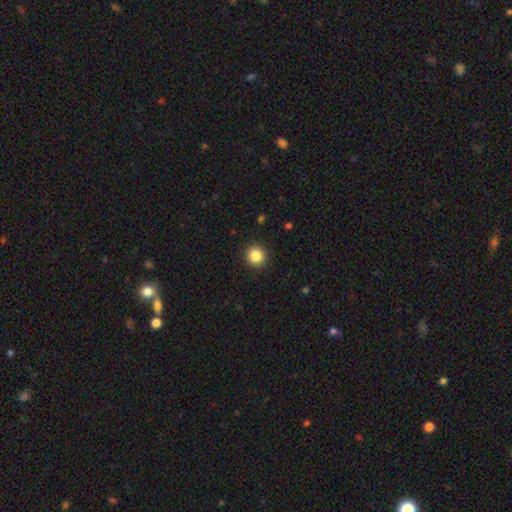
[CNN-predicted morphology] A smooth galaxy with no disk features (86%) that is round (94%).

Vote fractions:
- Smooth or featured? smooth: 86% / star or artifact: 10% / featured or disk: 4%
- How rounded? round: 94% / in between: 5% / cigar-shaped: 1%
- Merging? none: 92% / minor disturbance: 5% / major disturbance: 2% / merger: 1%